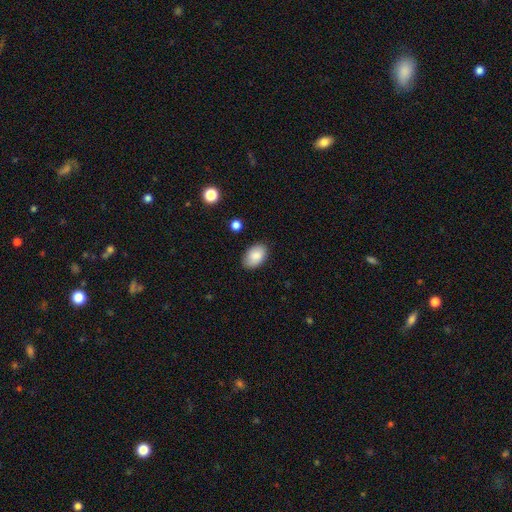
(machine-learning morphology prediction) Smooth or featured: smooth — 87% (star or artifact — 7%)
How rounded: in between — 91% (round — 8%)
Merging: none — 85% (minor disturbance — 11%)